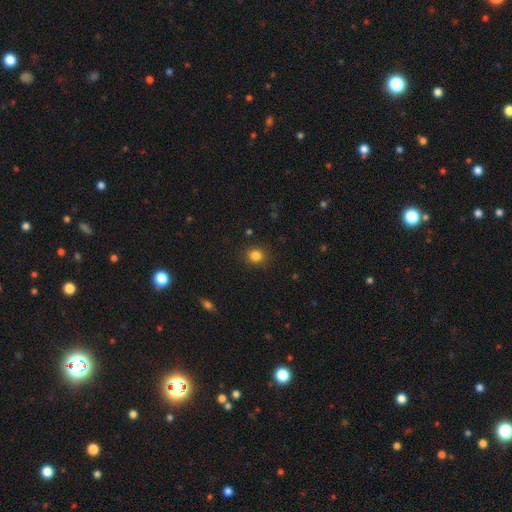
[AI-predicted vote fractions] Morphology: type=smooth (83%); roundness=round (81%); merging=none (88%).